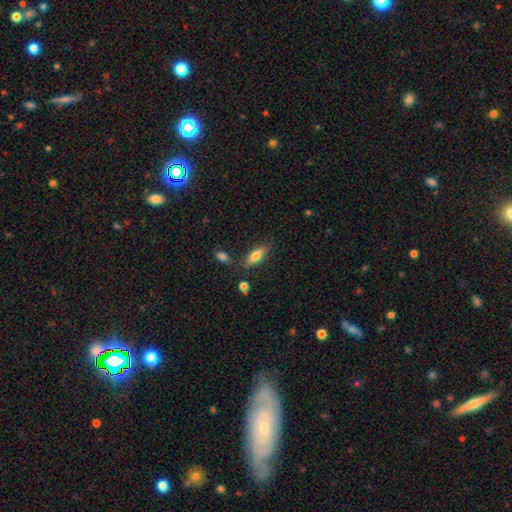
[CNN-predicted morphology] The model was most divided on "how rounded": in between: 64%, cigar-shaped: 34%, round: 3%. More confident: merging — none (76%); smooth or featured — smooth (72%).